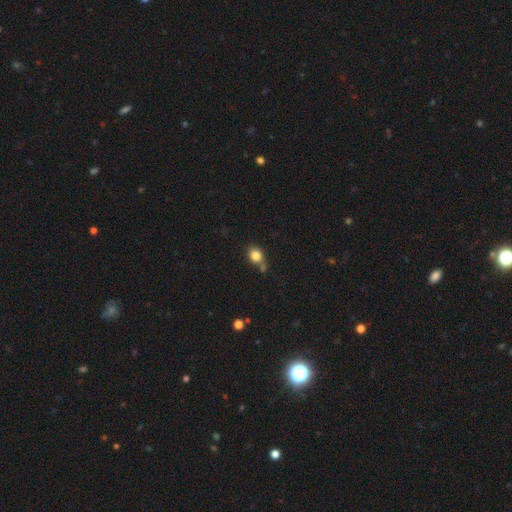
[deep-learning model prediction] Smooth or featured? smooth (82%)
How rounded? round (59%)
Merging? none (56%)